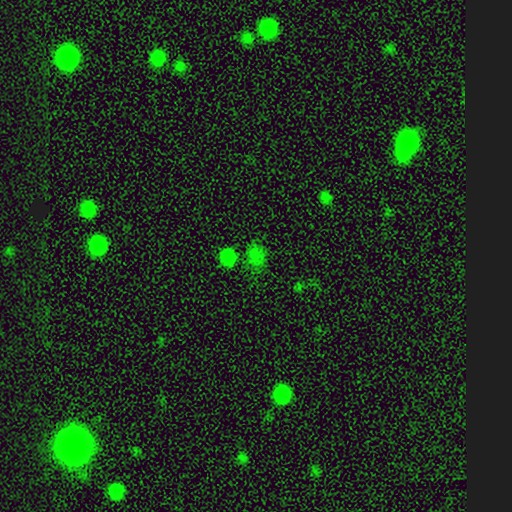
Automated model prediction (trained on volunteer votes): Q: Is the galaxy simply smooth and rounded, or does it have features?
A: smooth — 55%.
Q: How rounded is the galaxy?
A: round — 54%.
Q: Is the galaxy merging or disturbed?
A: none — 72%.